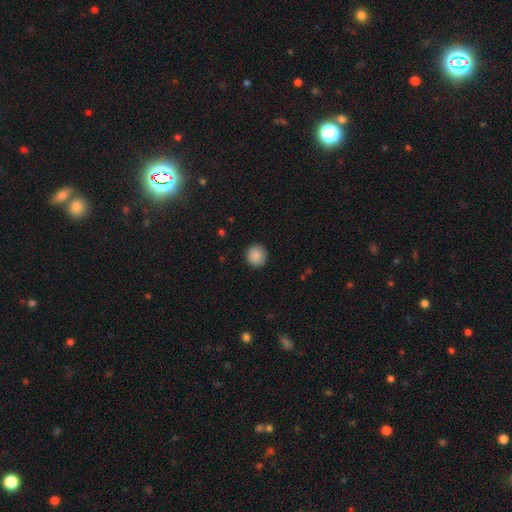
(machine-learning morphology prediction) Smooth or featured? smooth (89%)
How rounded? round (93%)
Merging? none (91%)